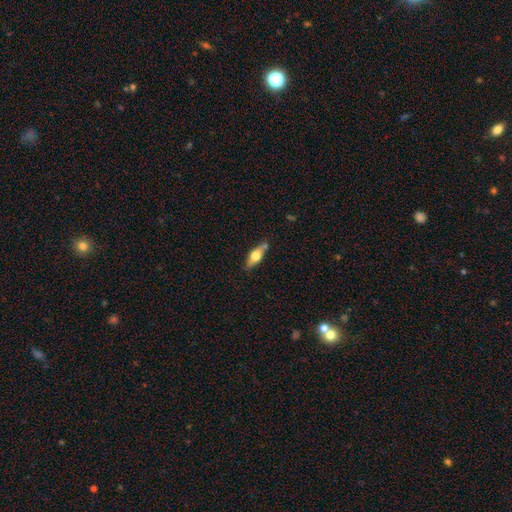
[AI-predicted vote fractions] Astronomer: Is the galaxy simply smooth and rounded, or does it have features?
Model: smooth — 57% (runner-up: featured or disk, 37%).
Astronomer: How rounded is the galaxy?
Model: in between — 63%.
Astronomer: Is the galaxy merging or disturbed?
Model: none — 72%.